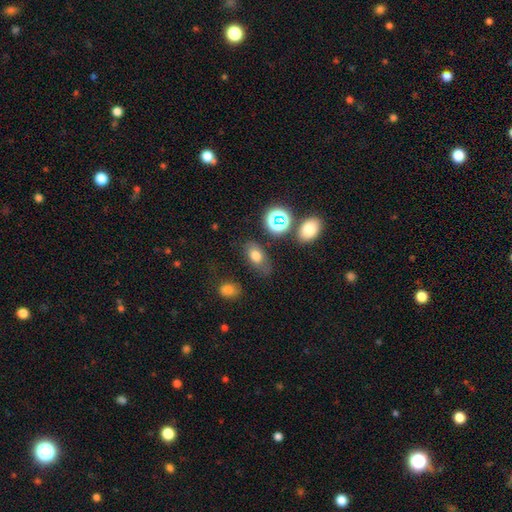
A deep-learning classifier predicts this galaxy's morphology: A smooth galaxy with no disk features (70%) that is in between round and cigar-shaped (86%). Merging: none (69%).